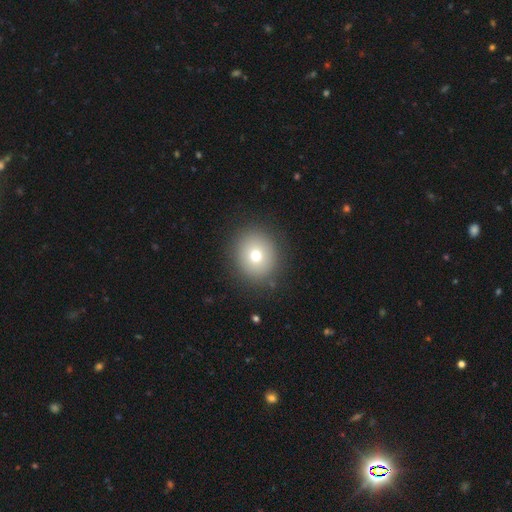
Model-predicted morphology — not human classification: Smooth or featured?
  - smooth: 74% *
  - featured or disk: 14%
  - star or artifact: 13%
How rounded?
  - round: 82% *
  - in between: 17%
  - cigar-shaped: 1%
Merging?
  - none: 88% *
  - minor disturbance: 7%
  - major disturbance: 3%
  - merger: 1%